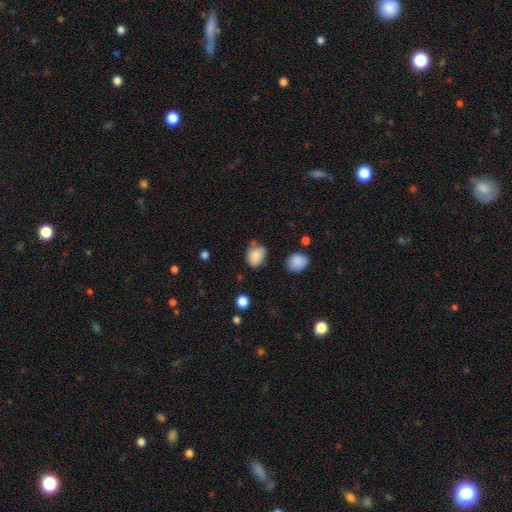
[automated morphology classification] This appears to be a smooth galaxy with no disk features (83%) that is in between round and cigar-shaped (64%). Merging: none (52%).